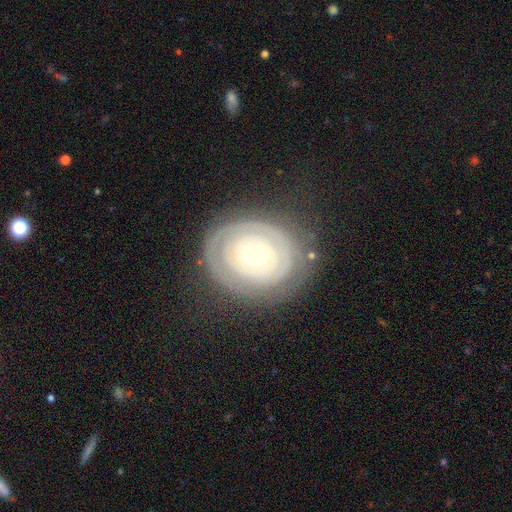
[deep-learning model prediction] Q: Smooth or featured?
A: featured or disk (72%); runner-up: smooth (23%)
Q: Edge-on disk?
A: no (95%); runner-up: yes (5%)
Q: Bar?
A: no (88%); runner-up: weak (9%)
Q: Spiral arms?
A: yes (62%); runner-up: no (38%)
Q: Bulge size?
A: small (71%); runner-up: moderate (24%)
Q: Merging?
A: none (76%); runner-up: minor disturbance (15%)